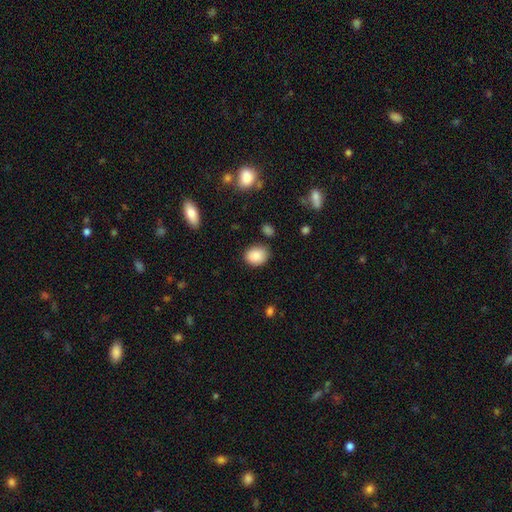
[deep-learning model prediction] Overall: smooth (87%). How rounded: in between (57%; round 42%). Merging: none (77%).